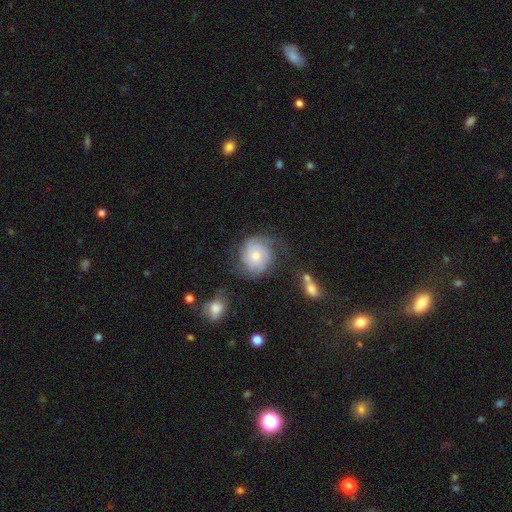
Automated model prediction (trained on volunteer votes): featured or disk 72%, smooth 22%, star or artifact 6%. Down the decision tree: edge-on disk — no (98%); bar — no (75%); spiral arms — yes (93%); spiral arm count — can't tell (30%, tied with 2); spiral winding — tight (58%); bulge size — small (49%); merging — none (59%).